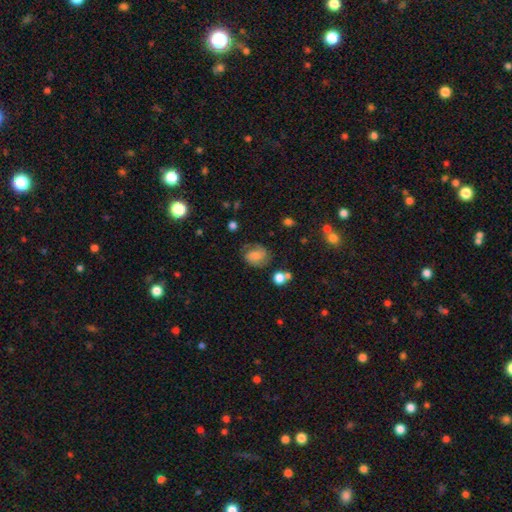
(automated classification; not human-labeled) A smooth galaxy with no disk features (45%, tied with featured or disk).

Vote fractions:
- Smooth or featured? smooth: 45% (tied) / featured or disk: 45% (tied) / star or artifact: 10%
- Merging? none: 61% / minor disturbance: 23% / major disturbance: 12% / merger: 4%